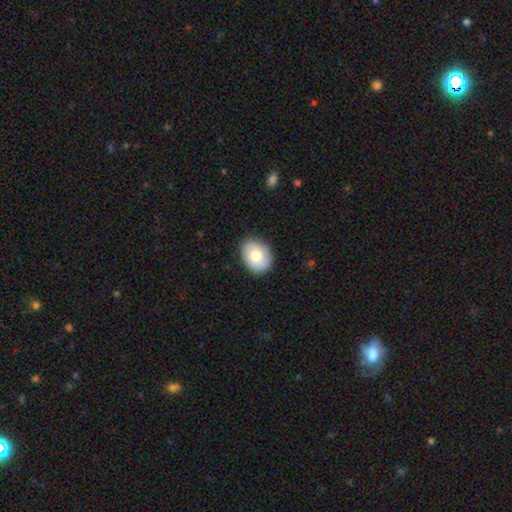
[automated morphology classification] This appears to be a smooth galaxy with no disk features (72%) that is in between round and cigar-shaped (60%). Merging: none (84%).